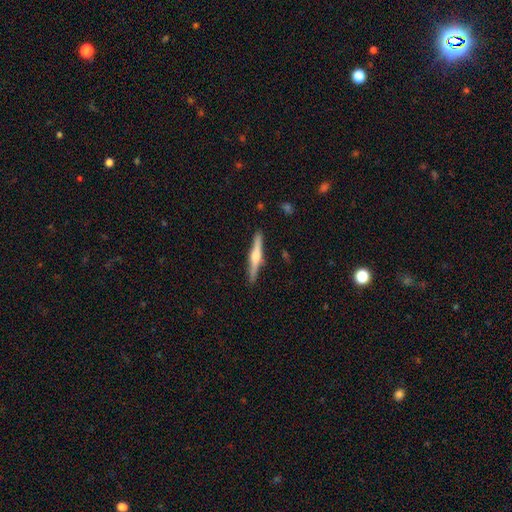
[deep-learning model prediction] The model was most divided on "smooth or featured": featured or disk: 74%, smooth: 21%, star or artifact: 5%. More confident: edge-on disk — yes (98%); merging — none (91%); edge-on bulge — rounded (90%).